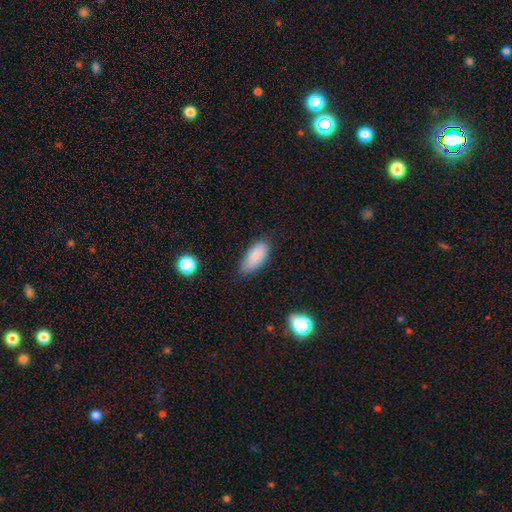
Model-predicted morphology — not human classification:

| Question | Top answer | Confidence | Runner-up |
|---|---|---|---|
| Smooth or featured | smooth | 85% | featured or disk (8%) |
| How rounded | in between | 87% | cigar-shaped (11%) |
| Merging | none | 65% | minor disturbance (29%) |